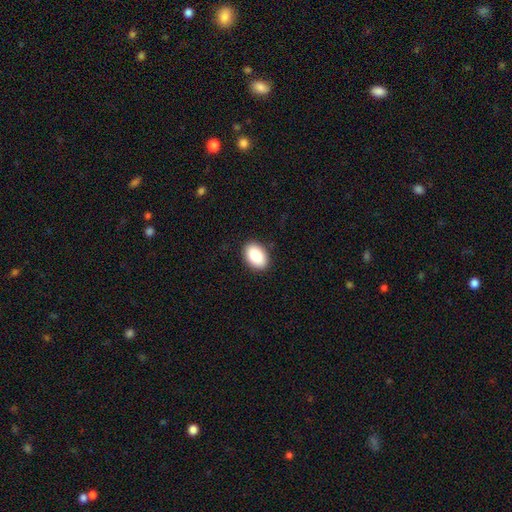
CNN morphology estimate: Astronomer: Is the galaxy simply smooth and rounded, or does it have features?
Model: smooth — 89%.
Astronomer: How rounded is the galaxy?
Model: in between — 89%.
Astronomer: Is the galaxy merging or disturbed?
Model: none — 89%.